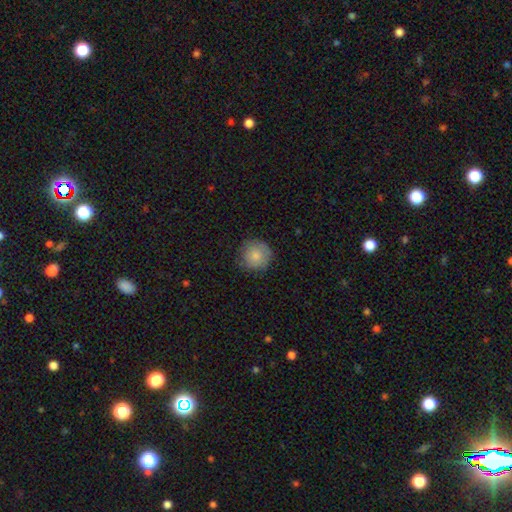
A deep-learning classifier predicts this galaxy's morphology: Smooth or featured?
  - smooth: 81% *
  - featured or disk: 11%
  - star or artifact: 7%
How rounded?
  - round: 94% *
  - in between: 5%
  - cigar-shaped: 1%
Merging?
  - none: 81% *
  - minor disturbance: 15%
  - major disturbance: 3%
  - merger: 1%